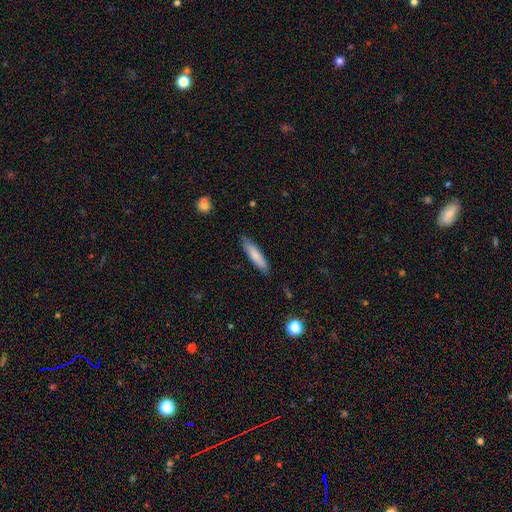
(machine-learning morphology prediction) Smooth or featured? smooth (80%)
How rounded? cigar-shaped (79%)
Merging? none (84%)